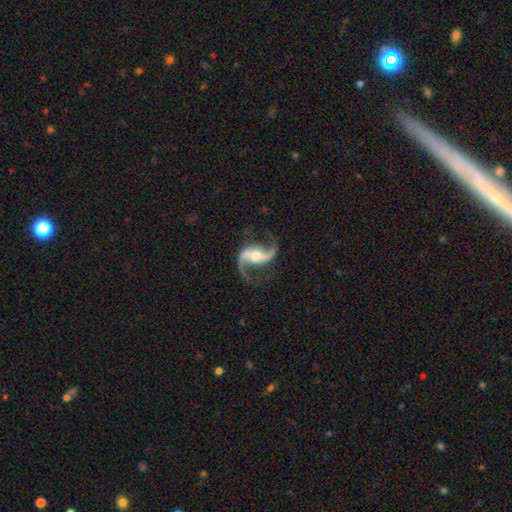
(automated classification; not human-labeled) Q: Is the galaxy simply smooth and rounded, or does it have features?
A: featured or disk — 92%.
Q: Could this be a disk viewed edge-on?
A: no — 97%.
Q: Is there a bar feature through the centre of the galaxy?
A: strong — 44%.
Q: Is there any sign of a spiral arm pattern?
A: yes — 98%.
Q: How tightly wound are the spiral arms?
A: loose — 68%.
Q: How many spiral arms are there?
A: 2 — 94%.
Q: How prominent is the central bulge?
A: moderate — 61%.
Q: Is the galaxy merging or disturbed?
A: none — 80%.